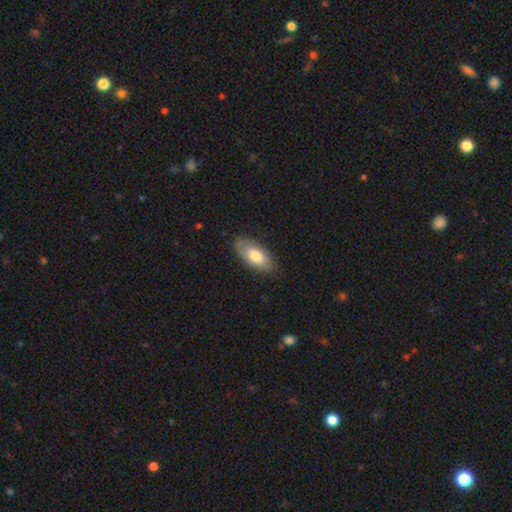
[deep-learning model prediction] Smooth or featured: smooth — 74% (featured or disk — 20%)
How rounded: in between — 91% (cigar-shaped — 7%)
Merging: none — 82% (minor disturbance — 14%)